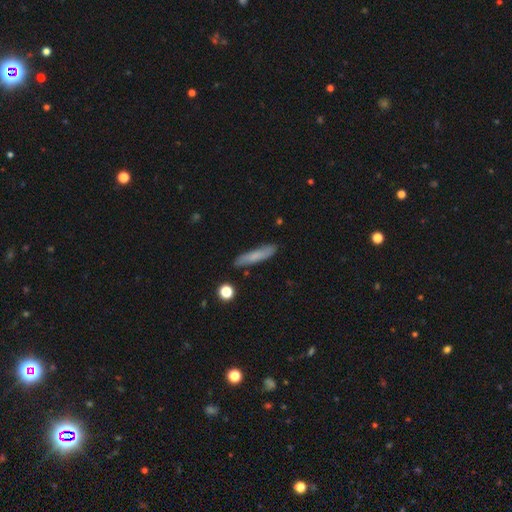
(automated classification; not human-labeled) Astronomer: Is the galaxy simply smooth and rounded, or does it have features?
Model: smooth — 70%.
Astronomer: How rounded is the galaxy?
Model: cigar-shaped — 85%.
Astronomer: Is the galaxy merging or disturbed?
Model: none — 83%.